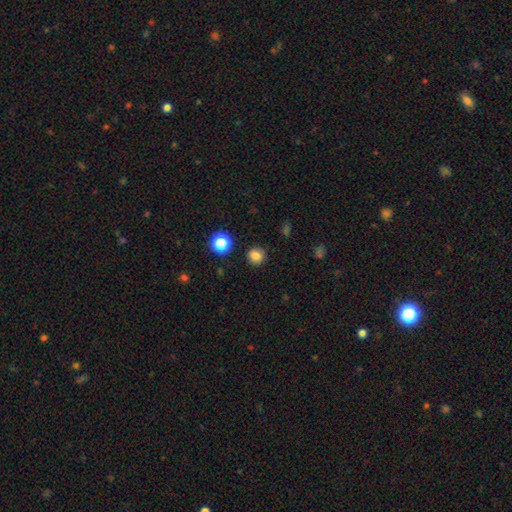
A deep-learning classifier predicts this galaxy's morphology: type=smooth (82%); roundness=round (91%); merging=none (90%).